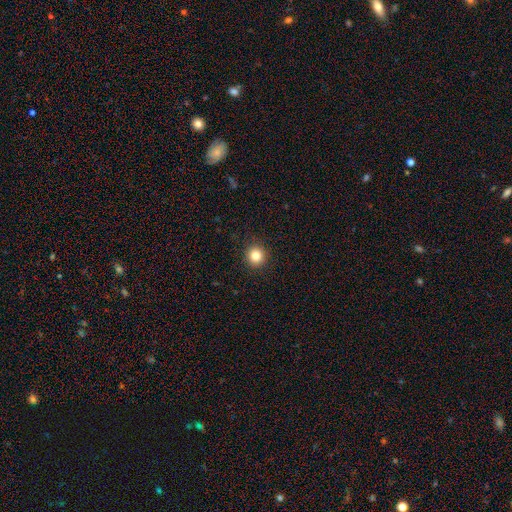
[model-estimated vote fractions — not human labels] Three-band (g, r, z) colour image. It shows a smooth galaxy with no disk features (82%) that is round (93%). Merging: none (92%).